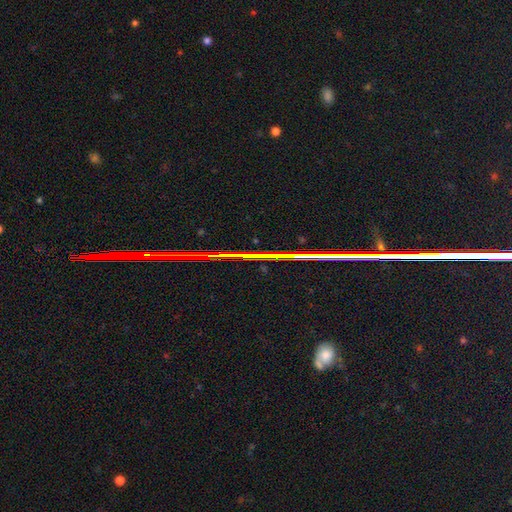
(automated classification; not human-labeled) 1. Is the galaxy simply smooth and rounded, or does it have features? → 86% star or artifact, 8% featured or disk, 7% smooth.